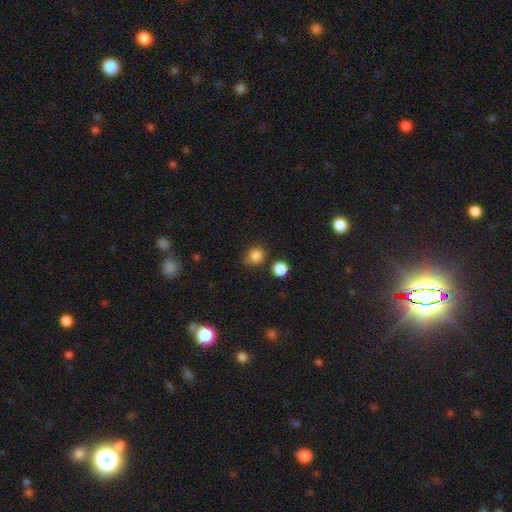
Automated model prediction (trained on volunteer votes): Smooth or featured?
  - smooth: 84% *
  - star or artifact: 12%
  - featured or disk: 4%
How rounded?
  - round: 77% *
  - in between: 22%
  - cigar-shaped: 1%
Merging?
  - none: 73% *
  - minor disturbance: 16%
  - merger: 6%
  - major disturbance: 4%